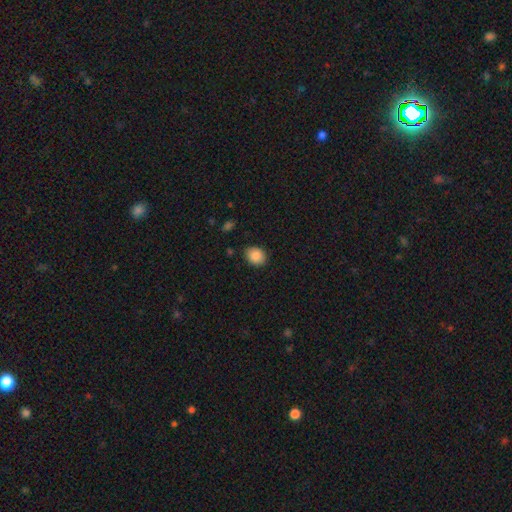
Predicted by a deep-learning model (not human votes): Smooth or featured? Predicted: smooth (p=0.88). How rounded? Predicted: in between (p=0.52). Merging? Predicted: none (p=0.86).